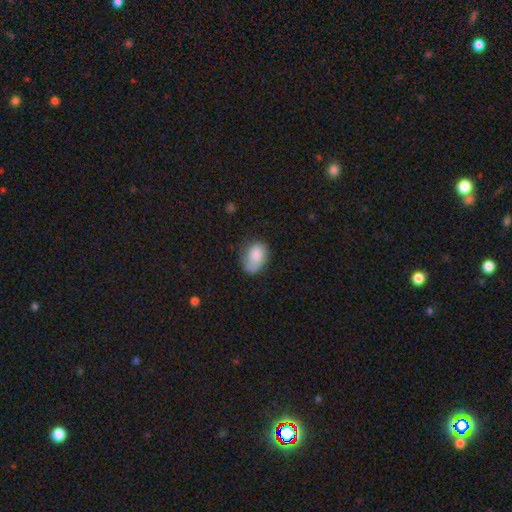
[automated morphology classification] type=smooth (80%); roundness=in between (82%); merging=none (56%).